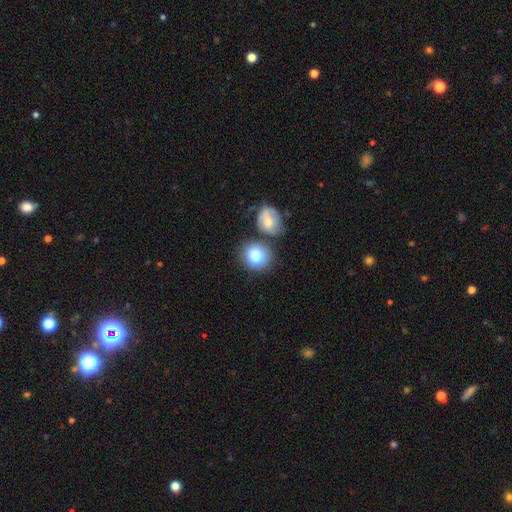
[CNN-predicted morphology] A smooth galaxy with no disk features (81%) that is round (73%).

Vote fractions:
- Smooth or featured? smooth: 81% / featured or disk: 11% / star or artifact: 8%
- How rounded? round: 73% / in between: 26% / cigar-shaped: 1%
- Merging? none: 55% / merger: 25% / minor disturbance: 15% / major disturbance: 5%